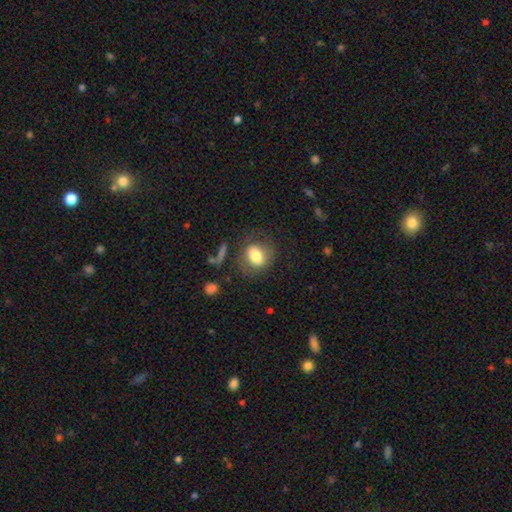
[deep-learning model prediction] Q: Smooth or featured?
A: smooth (74%); runner-up: featured or disk (17%)
Q: How rounded?
A: in between (55%); runner-up: round (43%)
Q: Merging?
A: none (71%); runner-up: minor disturbance (16%)